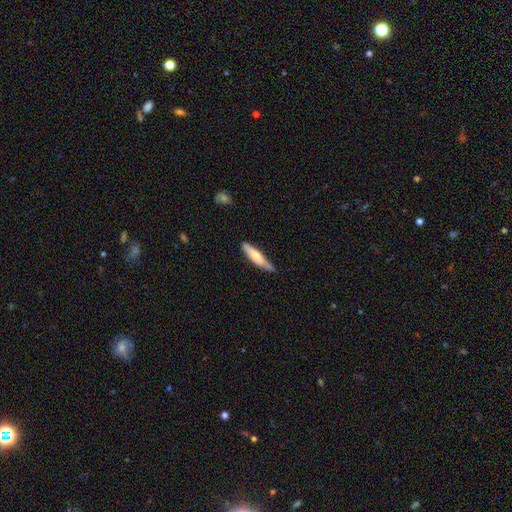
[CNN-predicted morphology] Smooth or featured?
  - smooth: 58% *
  - featured or disk: 37%
  - star or artifact: 5%
How rounded?
  - cigar-shaped: 84% *
  - in between: 15%
  - round: 1%
Merging?
  - none: 72% *
  - minor disturbance: 23%
  - major disturbance: 3%
  - merger: 2%